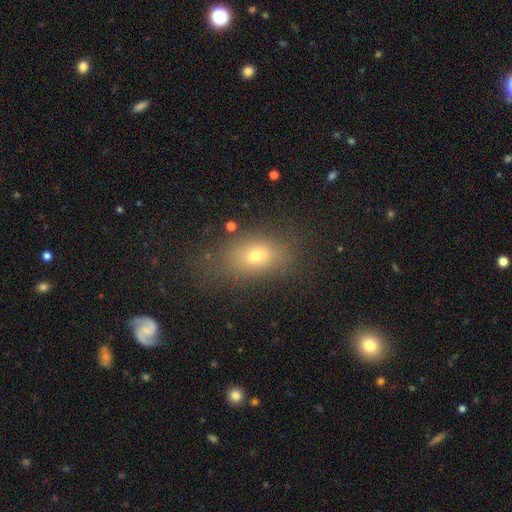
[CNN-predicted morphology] Overall: smooth (70%). How rounded: in between (79%). Merging: none (74%).